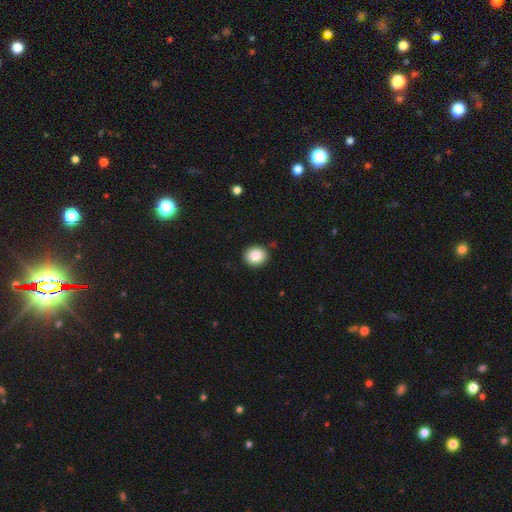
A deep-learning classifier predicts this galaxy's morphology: smooth_or_featured: smooth (p=0.87) [alt: star or artifact p=0.08]
how_rounded: round (p=0.71) [alt: in between p=0.28]
merging: none (p=0.89) [alt: minor disturbance p=0.07]